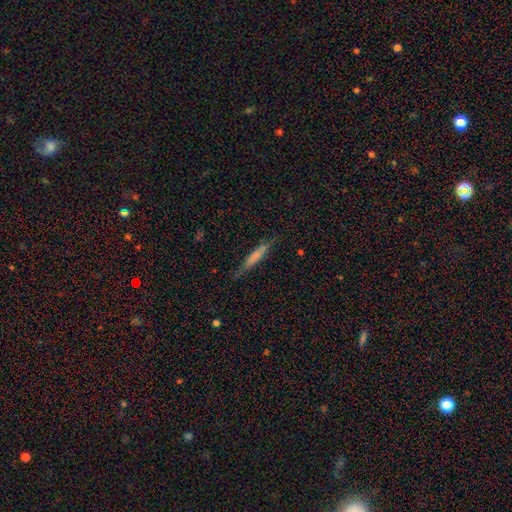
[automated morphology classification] type=smooth (64%); roundness=cigar-shaped (91%); merging=none (76%).